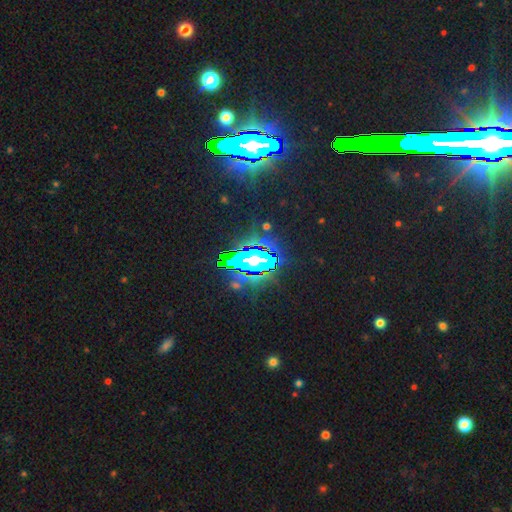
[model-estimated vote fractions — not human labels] star or artifact 85%, smooth 7%, featured or disk 7%.